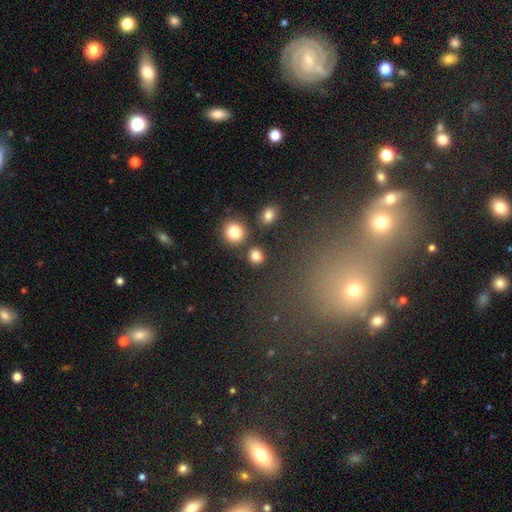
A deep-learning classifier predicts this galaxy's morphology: Smooth or featured? smooth (82%)
How rounded? round (85%)
Merging? none (80%)